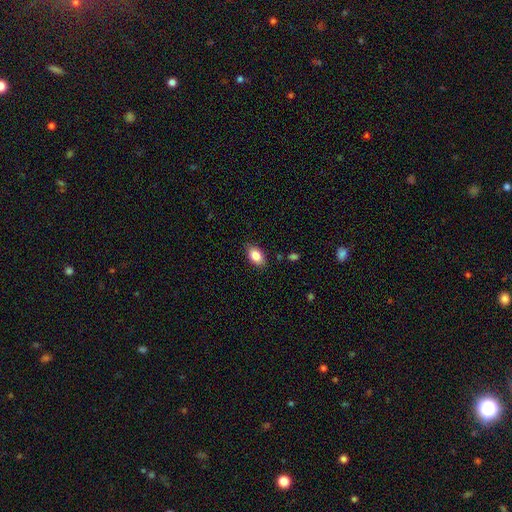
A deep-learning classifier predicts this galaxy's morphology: A smooth galaxy with no disk features (84%) that is in between round and cigar-shaped (89%). Merging: none (84%).